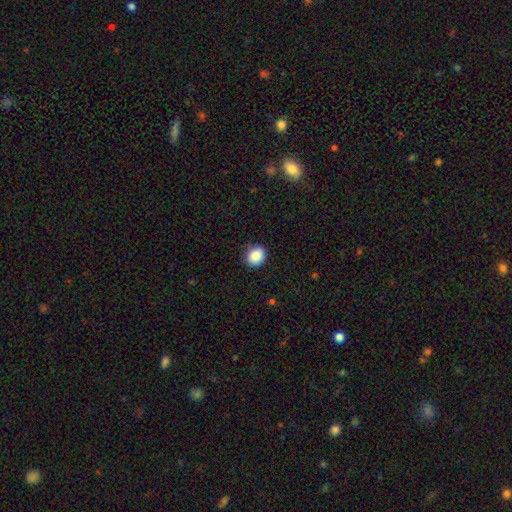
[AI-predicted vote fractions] This appears to be a smooth galaxy with no disk features (88%) that is round (74%). Merging: none (86%).